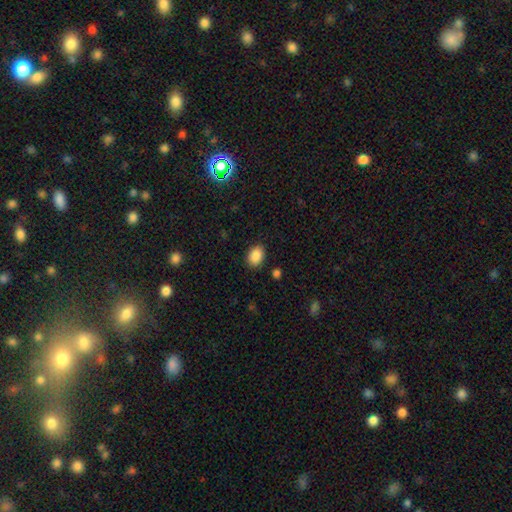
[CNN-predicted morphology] This is clearly a smooth galaxy (89%). How rounded: likely in between (76%). Merging: clearly none (87%).